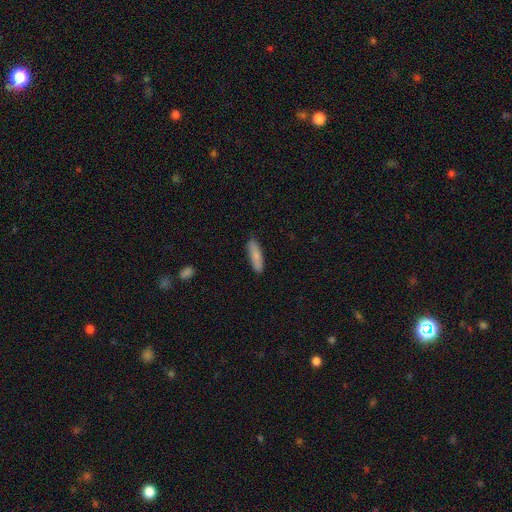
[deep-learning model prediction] smooth_or_featured: smooth (p=0.82) [alt: featured or disk p=0.12]
how_rounded: cigar-shaped (p=0.69) [alt: in between p=0.29]
merging: none (p=0.87) [alt: minor disturbance p=0.10]